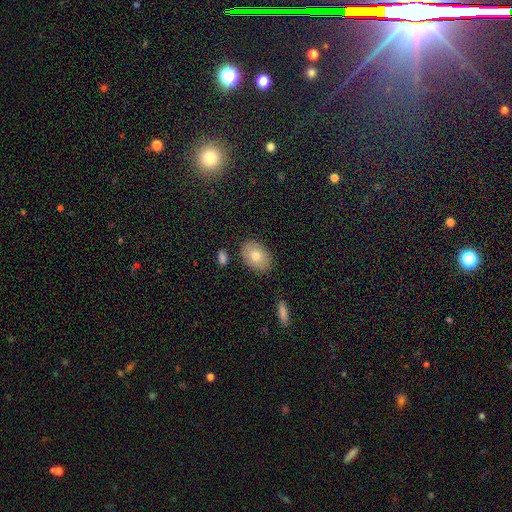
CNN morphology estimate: This appears to be a smooth galaxy with no disk features (78%) that is in between round and cigar-shaped (82%). Merging: none (85%).